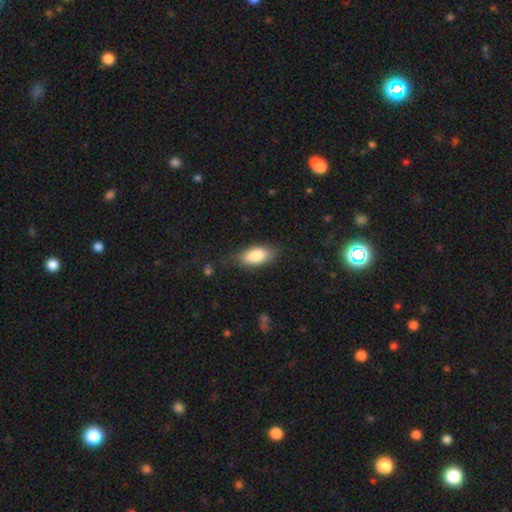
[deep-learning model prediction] smooth 84%, featured or disk 10%, star or artifact 6%. Down the decision tree: how rounded — in between (88%); merging — none (76%).